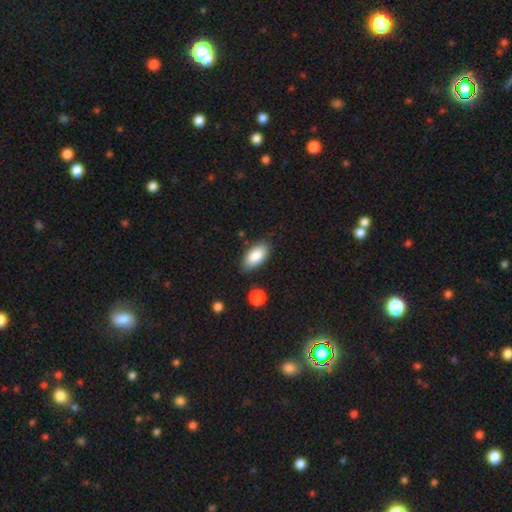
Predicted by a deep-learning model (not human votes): This appears to be a smooth galaxy with no disk features (83%) that is in between round and cigar-shaped (92%). Merging: none (80%).